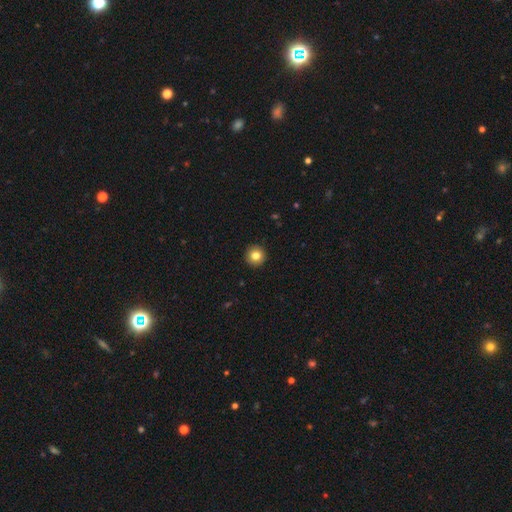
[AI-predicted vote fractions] This is clearly a smooth galaxy (83%). How rounded: clearly round (96%). Merging: clearly none (94%).